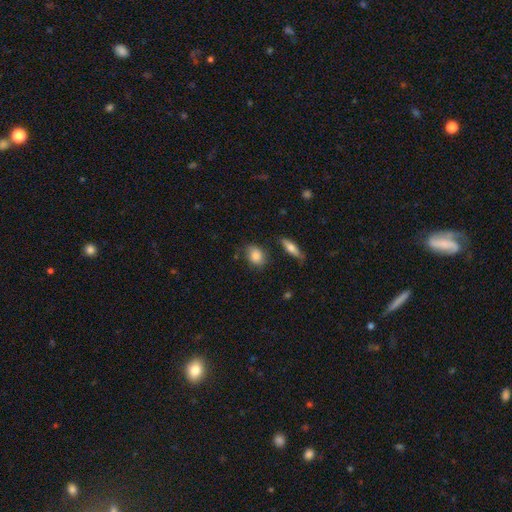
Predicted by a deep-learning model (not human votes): smooth 83%, featured or disk 9%, star or artifact 8%. Down the decision tree: how rounded — in between (64%); merging — none (68%).